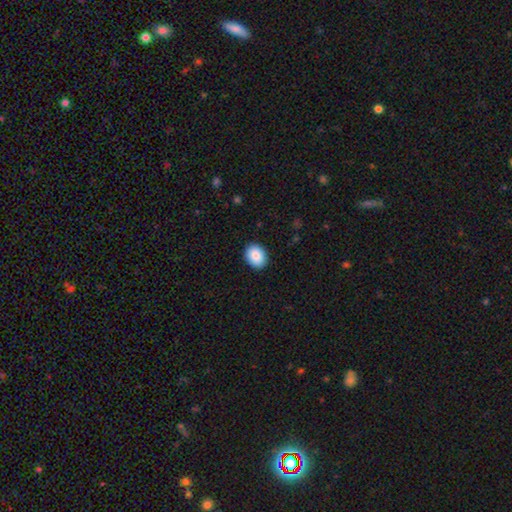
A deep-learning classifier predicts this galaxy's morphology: Q: Smooth or featured?
A: smooth (88%); runner-up: star or artifact (7%)
Q: How rounded?
A: in between (60%); runner-up: round (39%)
Q: Merging?
A: none (90%); runner-up: minor disturbance (7%)